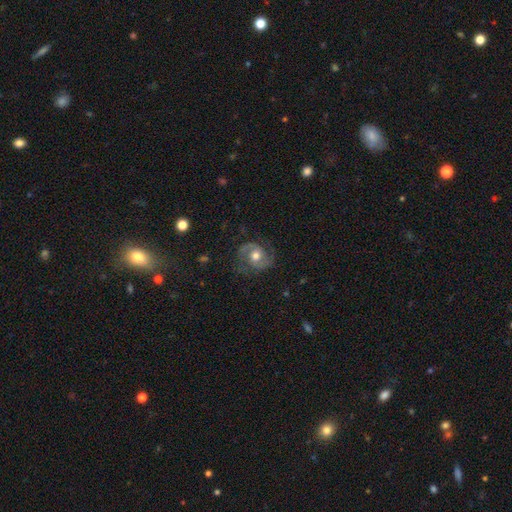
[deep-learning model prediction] A featured or disk galaxy (78%) with no bar (64%), 2 (89%) medium (53%) spiral arms (93%) and a moderate central bulge (74%). Merging: none (73%).